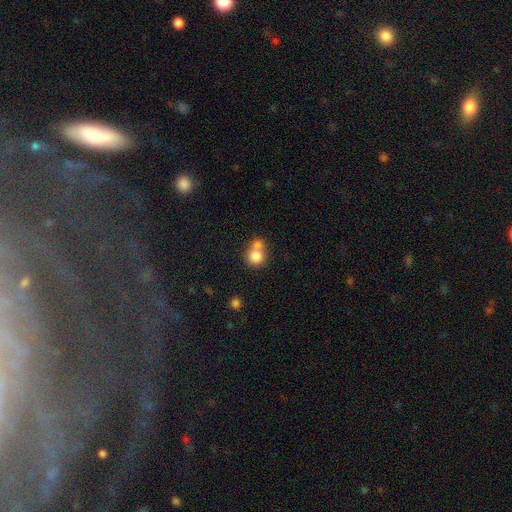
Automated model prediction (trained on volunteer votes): Smooth or featured? Predicted: smooth (p=0.80). How rounded? Predicted: round (p=0.83). Merging? Predicted: merger (p=0.53).